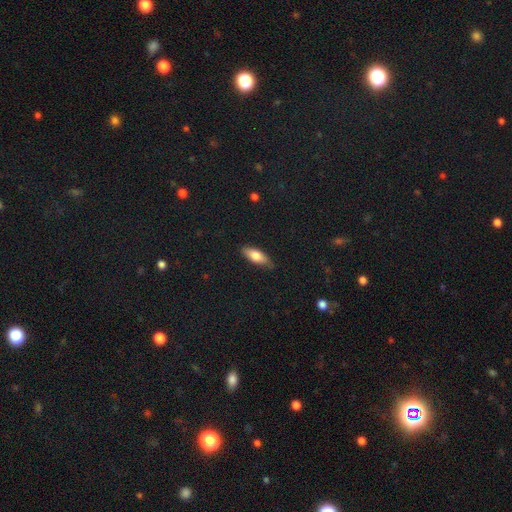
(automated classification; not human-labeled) Smooth or featured? Predicted: smooth (p=0.75). How rounded? Predicted: in between (p=0.71). Merging? Predicted: none (p=0.80).